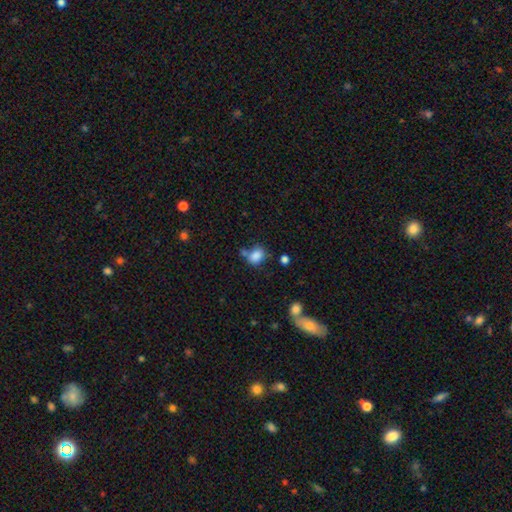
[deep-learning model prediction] Smooth or featured? Predicted: smooth (p=0.84). How rounded? Predicted: in between (p=0.61). Merging? Predicted: none (p=0.53).